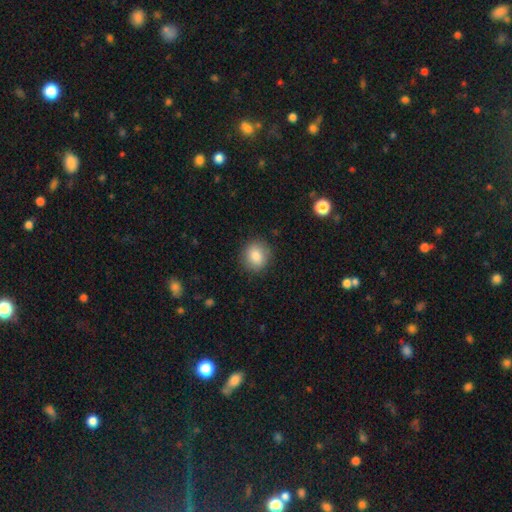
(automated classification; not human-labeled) Overall: smooth (85%). How rounded: round (79%). Merging: none (87%).